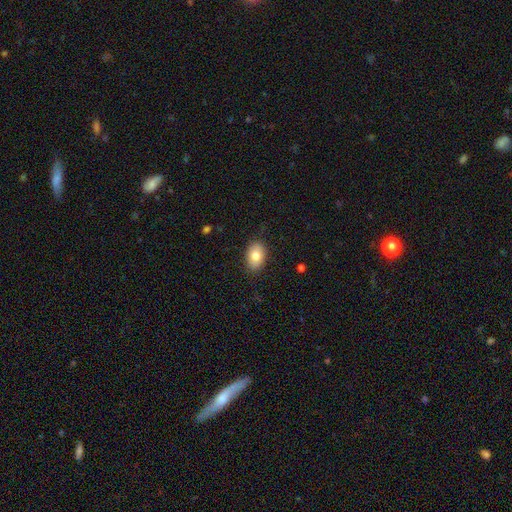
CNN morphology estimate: Overall: smooth (80%). How rounded: in between (85%). Merging: none (87%).